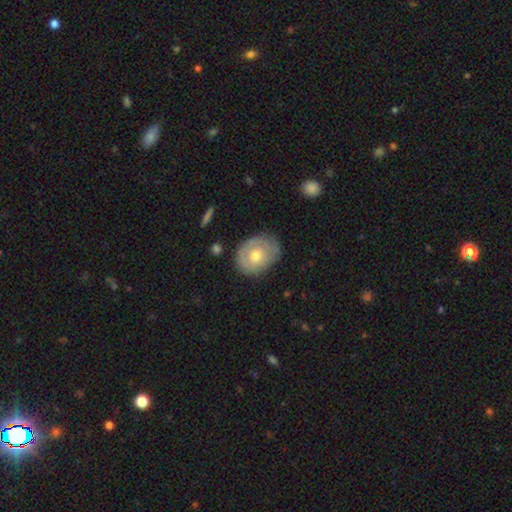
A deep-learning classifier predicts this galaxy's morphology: Smooth or featured?
  - smooth: 49% *
  - featured or disk: 44%
  - star or artifact: 6%
Merging?
  - none: 70% *
  - minor disturbance: 23%
  - major disturbance: 6%
  - merger: 2%